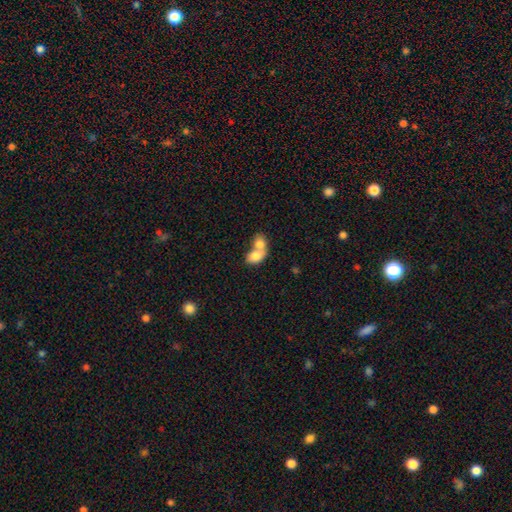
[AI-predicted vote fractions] Morphology: type=smooth (76%); roundness=in between (73%); merging=merger (77%).